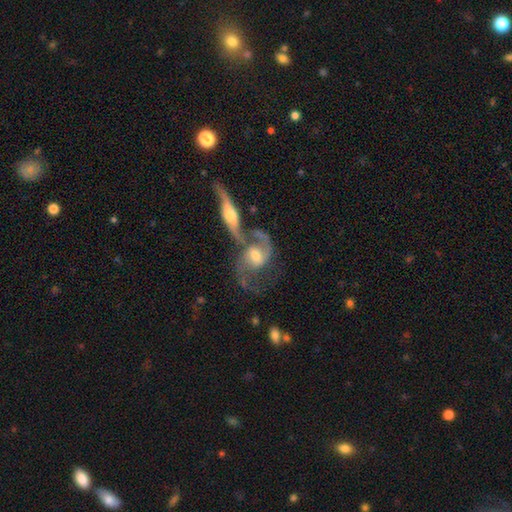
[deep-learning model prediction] A featured or disk galaxy (81%) with a weak bar (49%), 2 (84%) loose (49%) spiral arms (91%) and a moderate central bulge (60%).

Vote fractions:
- Smooth or featured? featured or disk: 81% / smooth: 13% / star or artifact: 6%
- Edge-on disk? no: 93% / yes: 7%
- Bar? weak: 49% / no: 34% / strong: 17%
- Spiral arms? yes: 91% / no: 9%
- Spiral winding? loose: 49% / medium: 40% / tight: 11%
- Spiral arm count? 2: 84% / can't tell: 7% / 1: 6% / 3: 2% / 4: 1% / more than 4: 1%
- Bulge size? moderate: 60% / small: 25% / large: 11% / none: 3% / dominant: 1%
- Merging? merger: 60% / none: 21% / major disturbance: 11% / minor disturbance: 9%